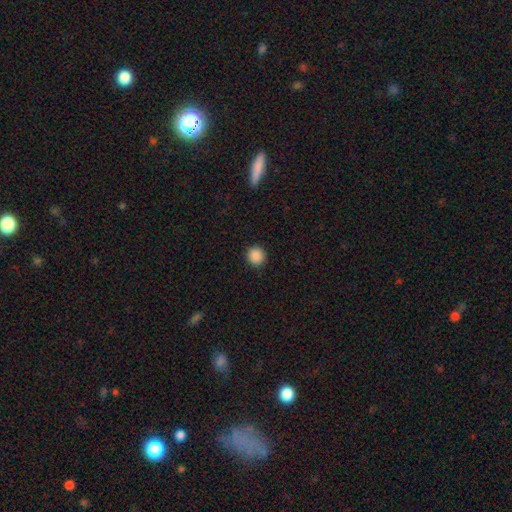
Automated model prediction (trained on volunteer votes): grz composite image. It shows a smooth galaxy with no disk features (88%) that is round (92%). Merging: none (91%).